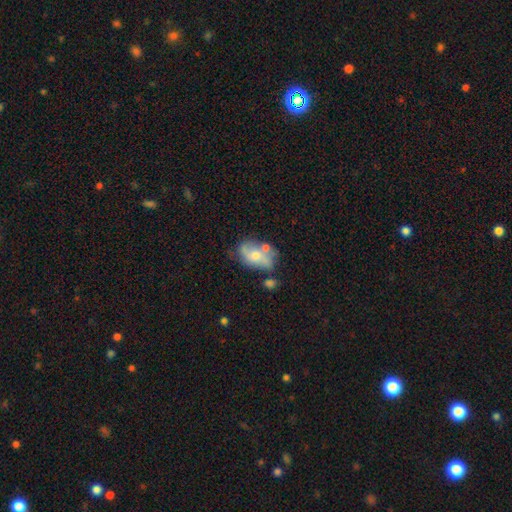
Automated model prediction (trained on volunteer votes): smooth_or_featured: featured or disk (p=0.49) [alt: smooth p=0.43]
merging: none (p=0.42) [alt: minor disturbance p=0.25]